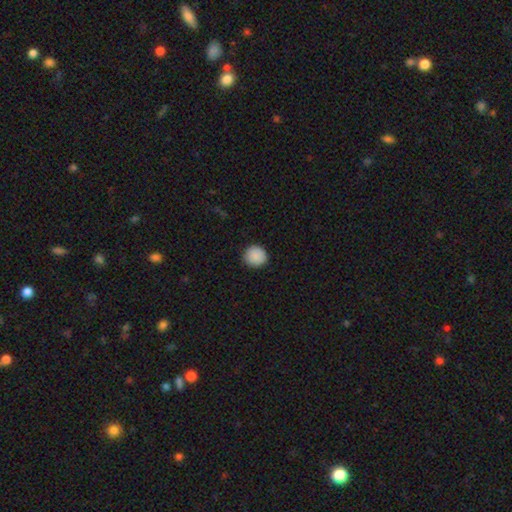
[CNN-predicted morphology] smooth-or-featured: smooth: 90% | star or artifact: 8% | featured or disk: 3%
  how-rounded: round: 89% | in between: 10% | cigar-shaped: 1%
  merging: none: 90% | minor disturbance: 7% | major disturbance: 2% | merger: 1%